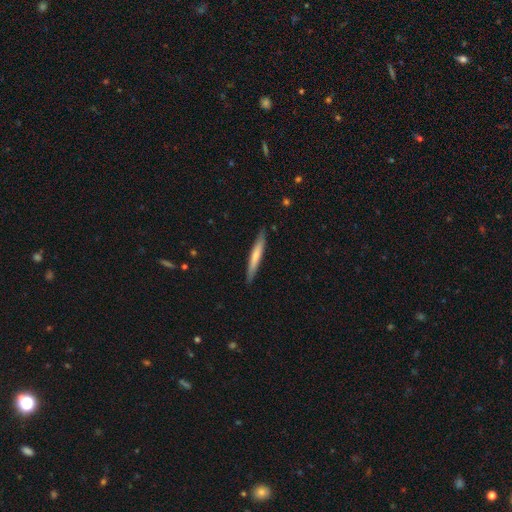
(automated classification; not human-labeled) Smooth or featured: smooth — 64% (featured or disk — 32%)
How rounded: cigar-shaped — 94% (in between — 4%)
Merging: none — 88% (minor disturbance — 10%)